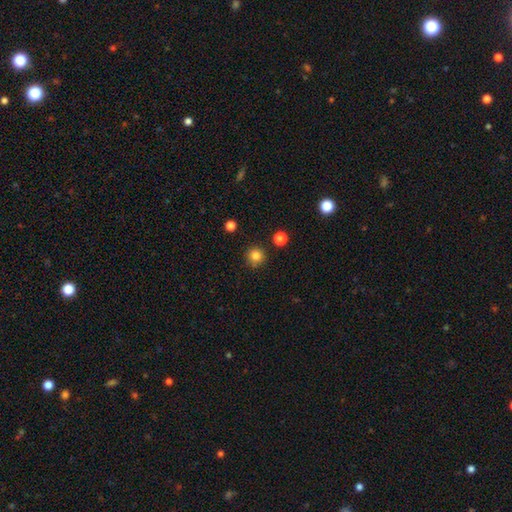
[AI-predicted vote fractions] smooth 83%, star or artifact 12%, featured or disk 5%. Down the decision tree: how rounded — round (95%); merging — none (88%).